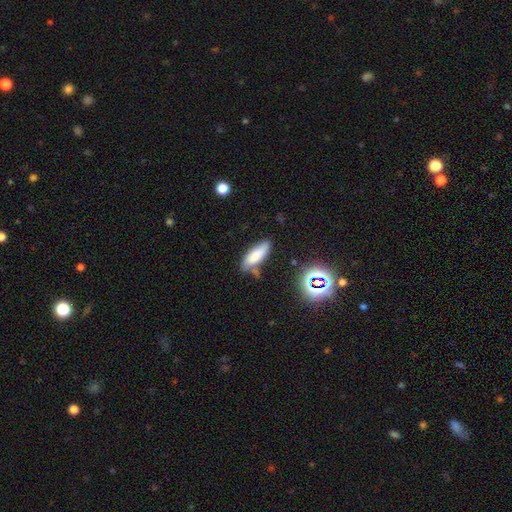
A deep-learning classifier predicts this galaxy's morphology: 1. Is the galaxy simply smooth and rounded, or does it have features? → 76% smooth, 13% featured or disk, 11% star or artifact.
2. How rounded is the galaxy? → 59% in between, 39% cigar-shaped, 2% round.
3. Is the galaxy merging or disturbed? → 64% none, 22% minor disturbance, 9% merger, 6% major disturbance.